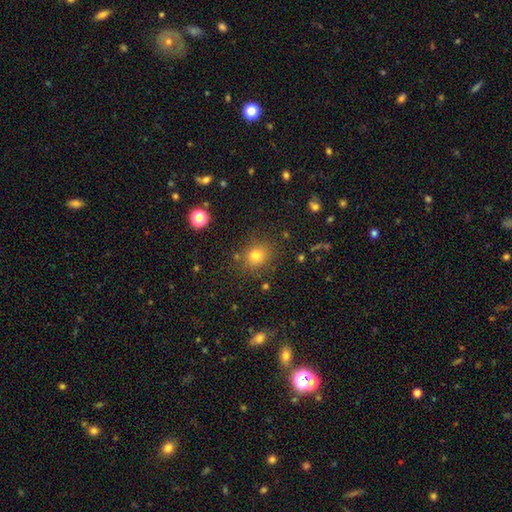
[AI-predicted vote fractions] Smooth or featured? smooth (78%)
How rounded? round (74%)
Merging? none (81%)